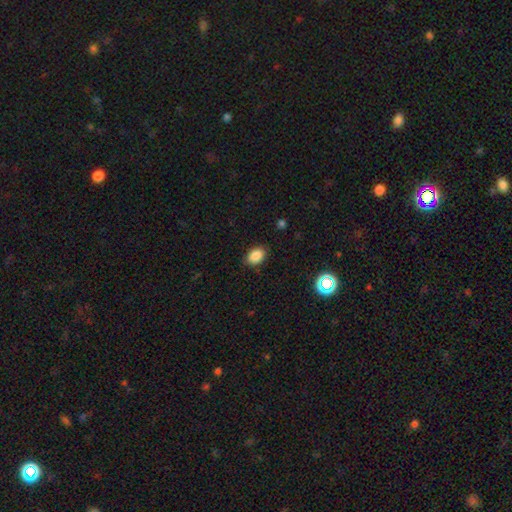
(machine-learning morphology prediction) type=smooth (86%); roundness=in between (85%); merging=none (86%).